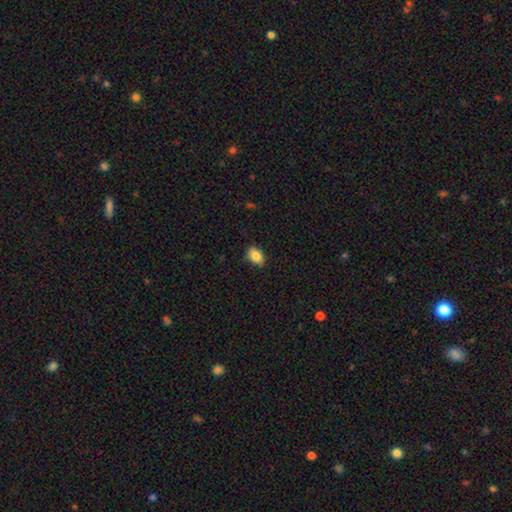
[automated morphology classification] The model was most divided on "how rounded": in between: 86%, round: 12%, cigar-shaped: 2%. More confident: merging — none (85%); smooth or featured — smooth (85%).